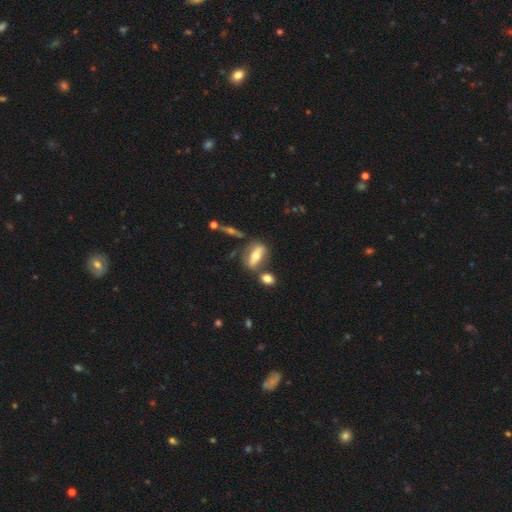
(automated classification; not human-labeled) Overall: smooth (47%; featured or disk 45%). Merging: none (64%).